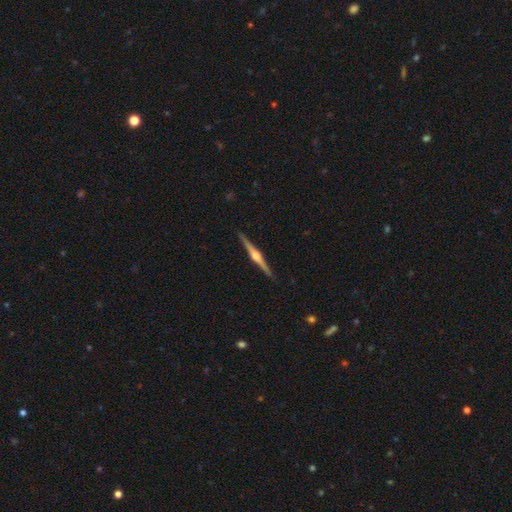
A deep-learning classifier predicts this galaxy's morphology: Q: Smooth or featured?
A: featured or disk (85%); runner-up: smooth (10%)
Q: Edge-on disk?
A: yes (99%); runner-up: no (1%)
Q: Edge-on bulge?
A: rounded (93%); runner-up: boxy (5%)
Q: Merging?
A: none (92%); runner-up: minor disturbance (6%)